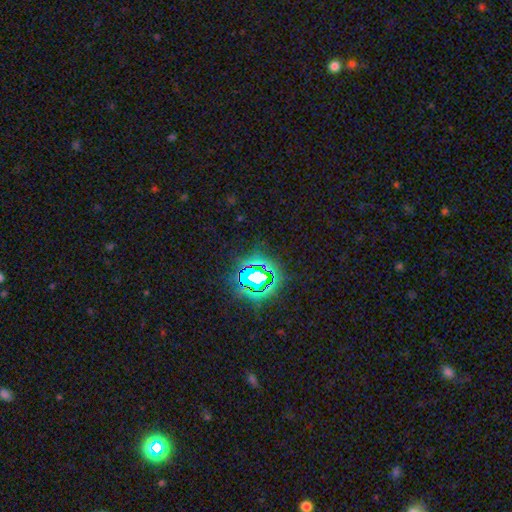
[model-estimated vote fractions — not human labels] Overall: star or artifact (81%).